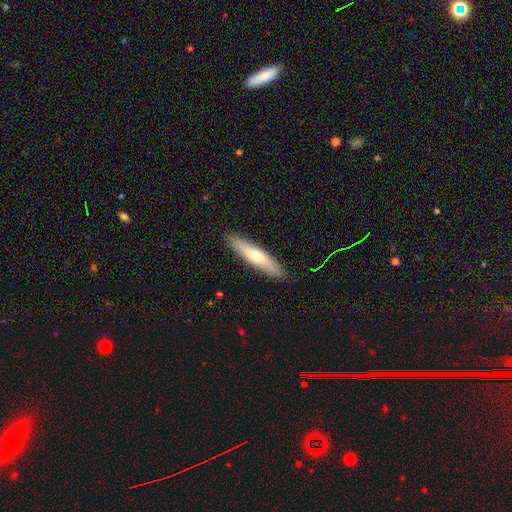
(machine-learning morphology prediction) This is possibly a smooth galaxy (54%). How rounded: clearly cigar-shaped (83%). Merging: clearly none (90%).